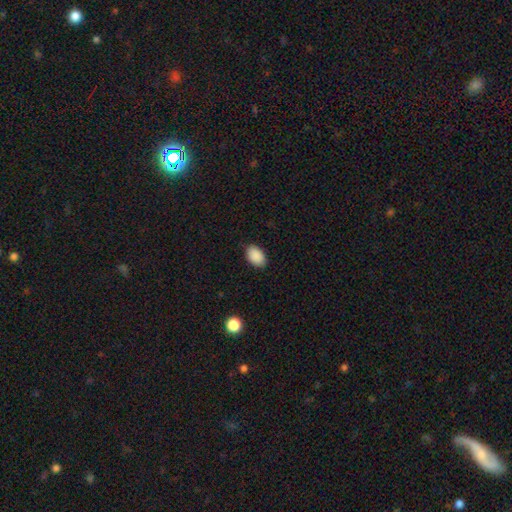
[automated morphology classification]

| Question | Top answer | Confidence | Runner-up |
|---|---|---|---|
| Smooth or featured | smooth | 90% | star or artifact (7%) |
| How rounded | in between | 89% | round (9%) |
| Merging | none | 86% | minor disturbance (11%) |